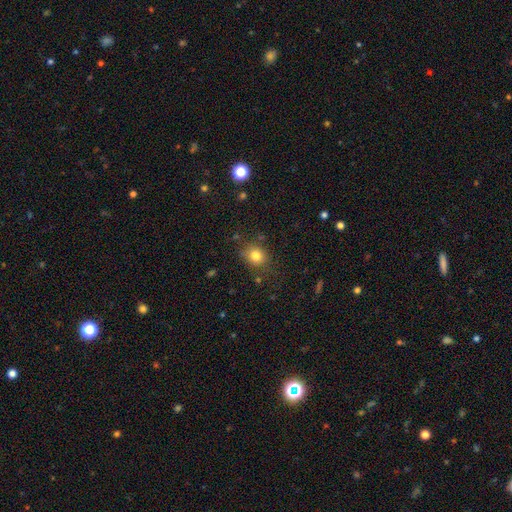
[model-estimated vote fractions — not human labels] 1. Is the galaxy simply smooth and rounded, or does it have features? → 80% smooth, 13% star or artifact, 7% featured or disk.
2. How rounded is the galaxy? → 74% round, 25% in between, 1% cigar-shaped.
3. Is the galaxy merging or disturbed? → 79% none, 14% minor disturbance, 4% major disturbance, 3% merger.